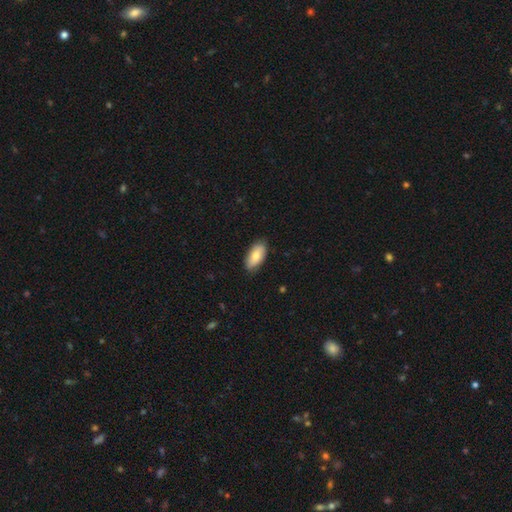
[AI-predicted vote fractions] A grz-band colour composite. It shows a smooth galaxy with no disk features (76%) that is in between round and cigar-shaped (92%). Merging: none (86%).